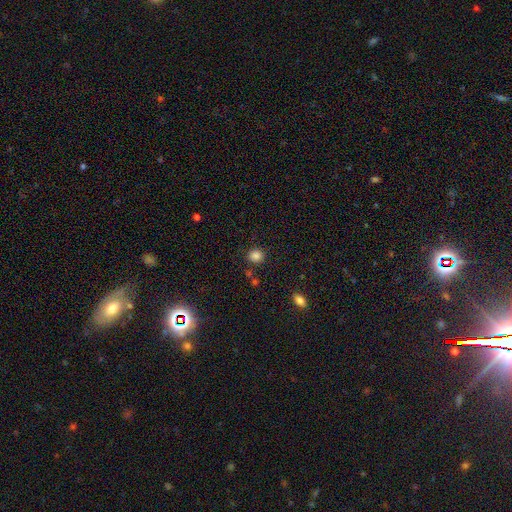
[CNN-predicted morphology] smooth 85%, star or artifact 12%, featured or disk 4%. Down the decision tree: how rounded — round (81%); merging — none (85%).